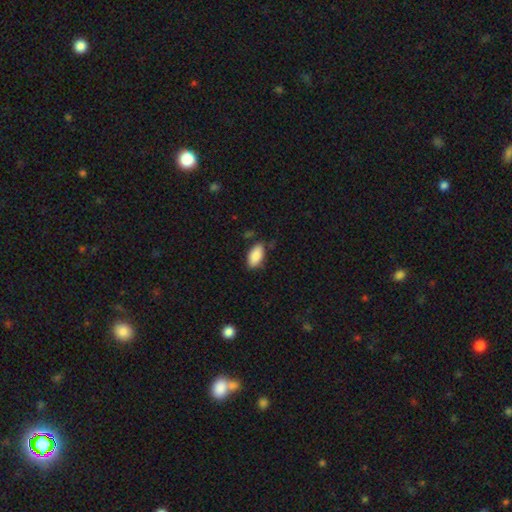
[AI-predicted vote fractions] smooth_or_featured: smooth (p=0.88) [alt: star or artifact p=0.06]
how_rounded: in between (p=0.93) [alt: cigar-shaped p=0.04]
merging: none (p=0.78) [alt: minor disturbance p=0.17]